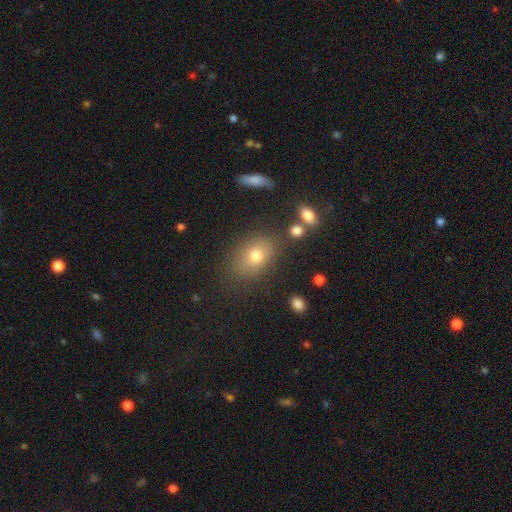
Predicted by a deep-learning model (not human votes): The model was most divided on "how rounded": in between: 76%, round: 22%, cigar-shaped: 2%. More confident: merging — none (77%); smooth or featured — smooth (73%).